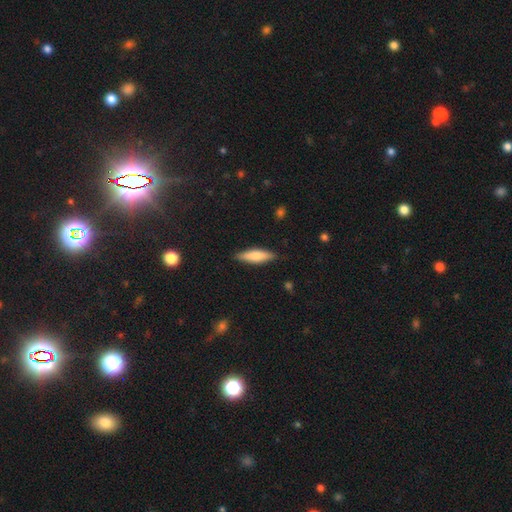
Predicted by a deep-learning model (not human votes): The model was most divided on "how rounded": cigar-shaped: 60%, in between: 38%, round: 2%. More confident: merging — none (87%); smooth or featured — smooth (71%).